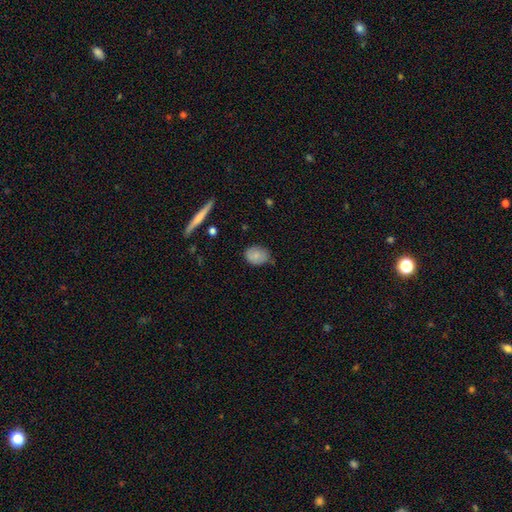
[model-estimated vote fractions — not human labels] A smooth galaxy with no disk features (77%) that is in between round and cigar-shaped (68%).

Vote fractions:
- Smooth or featured? smooth: 77% / featured or disk: 16% / star or artifact: 8%
- How rounded? in between: 68% / round: 31% / cigar-shaped: 2%
- Merging? none: 71% / minor disturbance: 23% / major disturbance: 4% / merger: 2%